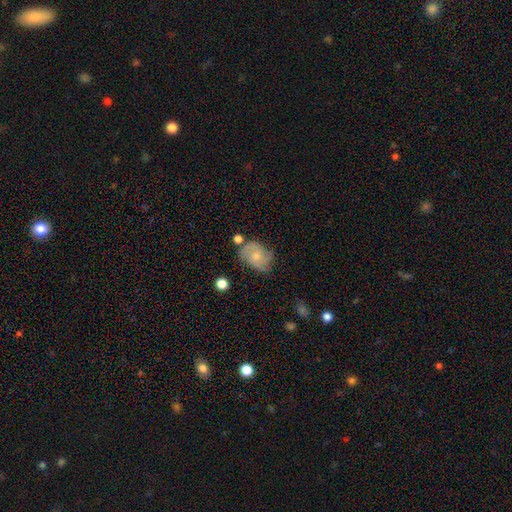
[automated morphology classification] Overall: featured or disk (53%; smooth 38%). Edge-on disk: no (97%). Bar: no (75%). Spiral arms: yes (84%). Bulge size: small (59%; moderate 32%). Merging: none (60%; minor disturbance 26%).